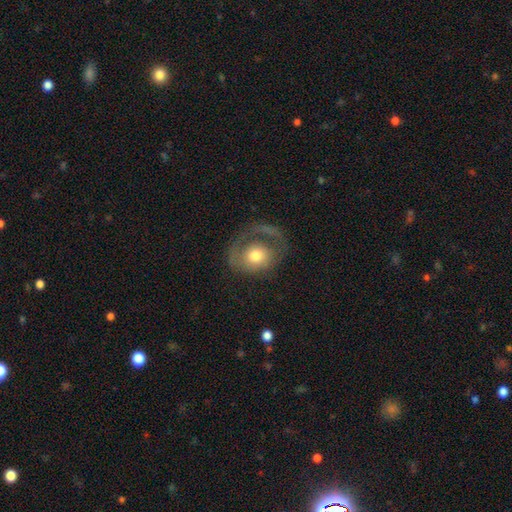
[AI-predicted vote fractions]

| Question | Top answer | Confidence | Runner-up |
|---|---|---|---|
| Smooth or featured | featured or disk | 55% | smooth (38%) |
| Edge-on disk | no | 96% | yes (4%) |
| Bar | no | 82% | weak (15%) |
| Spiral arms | yes | 63% | no (37%) |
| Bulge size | moderate | 67% | large (18%) |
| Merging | none | 40% | major disturbance (37%) |